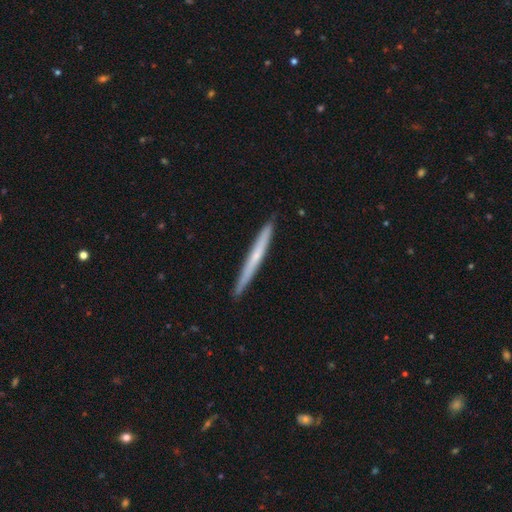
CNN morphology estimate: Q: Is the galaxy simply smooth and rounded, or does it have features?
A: featured or disk — 49%.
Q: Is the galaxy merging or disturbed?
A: none — 92%.